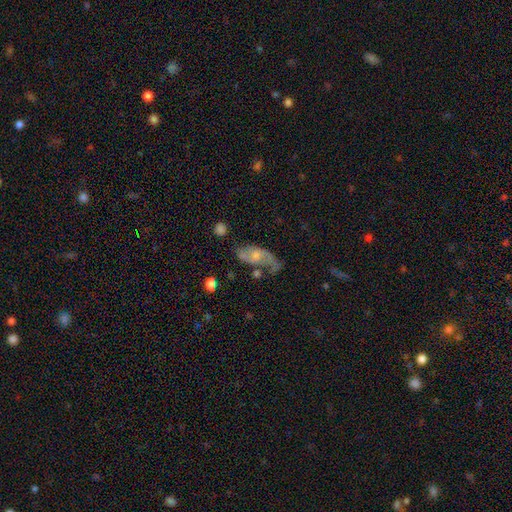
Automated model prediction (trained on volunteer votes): Smooth or featured? Predicted: featured or disk (p=0.67). Edge-on disk? Predicted: no (p=0.92). Bar? Predicted: no (p=0.65). Spiral arms? Predicted: yes (p=0.83). Spiral winding? Predicted: loose (p=0.54). Spiral arm count? Predicted: 2 (p=0.74). Bulge size? Predicted: moderate (p=0.46). Merging? Predicted: none (p=0.39).